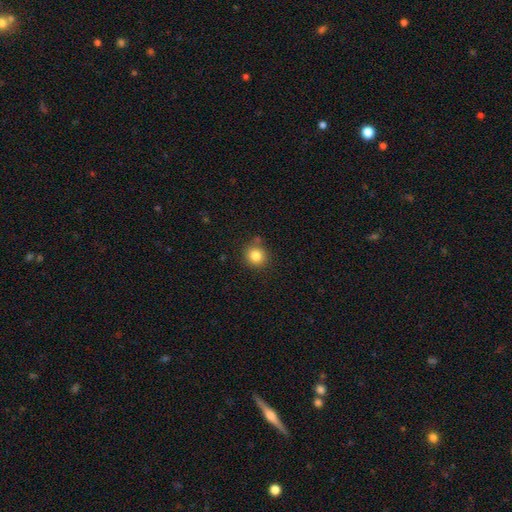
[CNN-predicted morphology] The model was most divided on "smooth or featured": smooth: 83%, star or artifact: 11%, featured or disk: 6%. More confident: how rounded — round (90%); merging — none (83%).